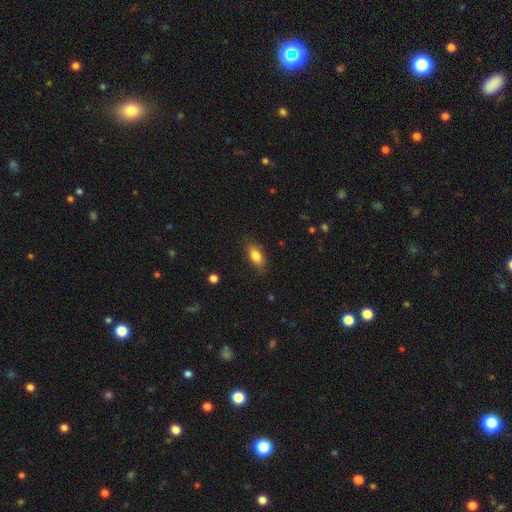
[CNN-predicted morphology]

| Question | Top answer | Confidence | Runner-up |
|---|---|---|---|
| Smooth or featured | smooth | 80% | featured or disk (12%) |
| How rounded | in between | 84% | cigar-shaped (11%) |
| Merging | none | 81% | minor disturbance (15%) |